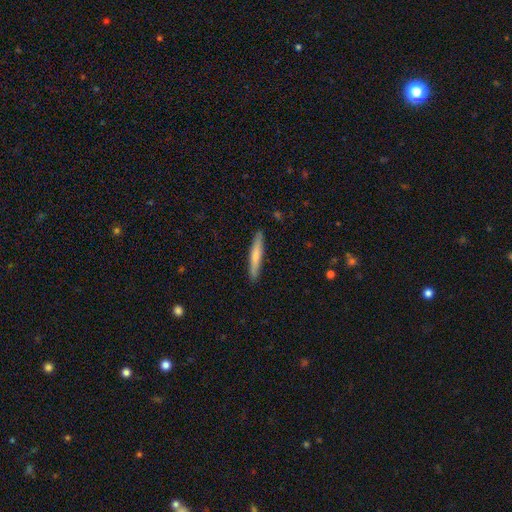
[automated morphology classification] The model was most divided on "smooth or featured": smooth: 68%, featured or disk: 27%, star or artifact: 5%. More confident: how rounded — cigar-shaped (95%); merging — none (90%).